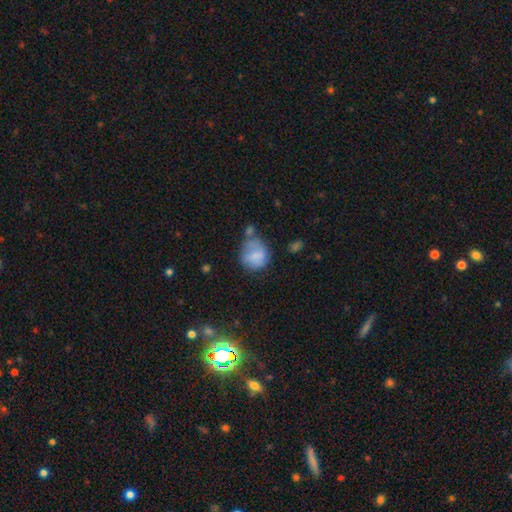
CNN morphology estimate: smooth 75%, featured or disk 17%, star or artifact 9%. Down the decision tree: how rounded — round (74%); merging — none (43%).